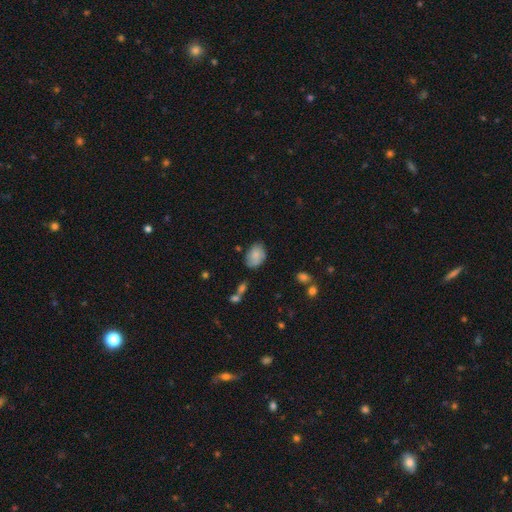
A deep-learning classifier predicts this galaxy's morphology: A smooth galaxy with no disk features (80%) that is in between round and cigar-shaped (82%).

Vote fractions:
- Smooth or featured? smooth: 80% / featured or disk: 12% / star or artifact: 8%
- How rounded? in between: 82% / round: 17% / cigar-shaped: 1%
- Merging? none: 69% / minor disturbance: 22% / major disturbance: 5% / merger: 4%